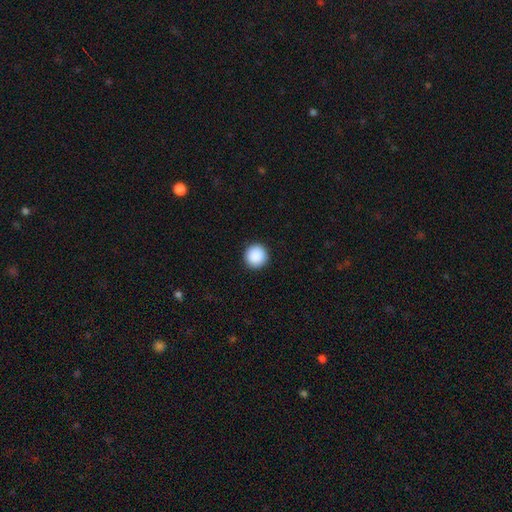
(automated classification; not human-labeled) Morphology: type=smooth (90%); roundness=round (96%); merging=none (93%).